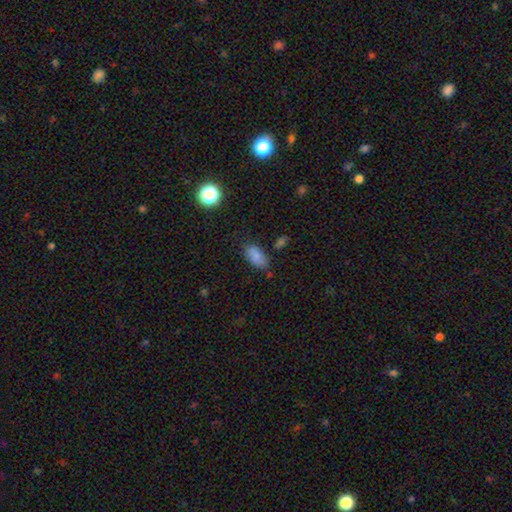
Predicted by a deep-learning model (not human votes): smooth 83%, star or artifact 10%, featured or disk 7%. Down the decision tree: how rounded — in between (92%); merging — none (72%).